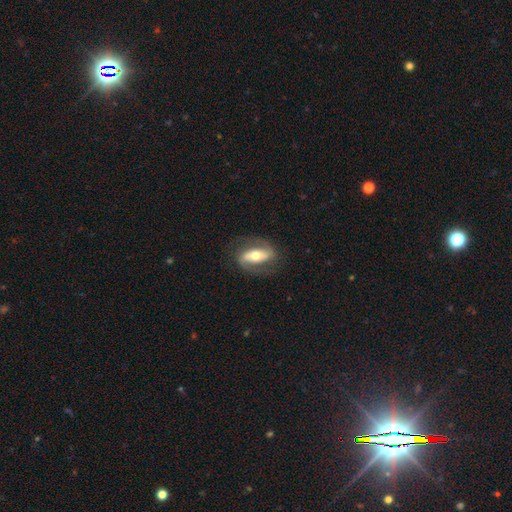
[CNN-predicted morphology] smooth_or_featured: featured or disk (p=0.69) [alt: smooth p=0.26]
disk_edge_on: no (p=0.89) [alt: yes p=0.11]
bar: strong (p=0.50) [alt: no p=0.27]
has_spiral_arms: yes (p=0.77) [alt: no p=0.23]
bulge_size: moderate (p=0.68) [alt: small p=0.19]
merging: none (p=0.76) [alt: minor disturbance p=0.14]